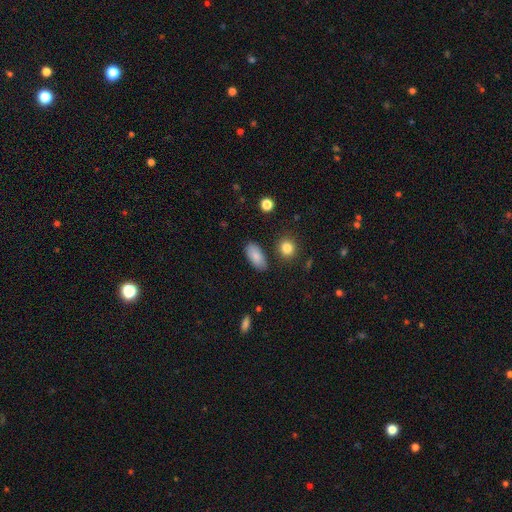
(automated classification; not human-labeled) Smooth or featured?
  - smooth: 85% *
  - featured or disk: 7%
  - star or artifact: 7%
How rounded?
  - in between: 90% *
  - cigar-shaped: 7%
  - round: 4%
Merging?
  - none: 83% *
  - minor disturbance: 11%
  - merger: 3%
  - major disturbance: 3%